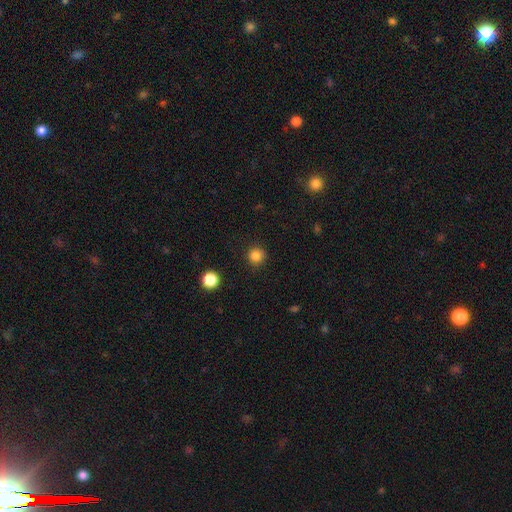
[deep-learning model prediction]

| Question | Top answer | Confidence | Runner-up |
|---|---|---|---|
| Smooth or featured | smooth | 83% | star or artifact (13%) |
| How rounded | round | 94% | in between (5%) |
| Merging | none | 90% | minor disturbance (7%) |